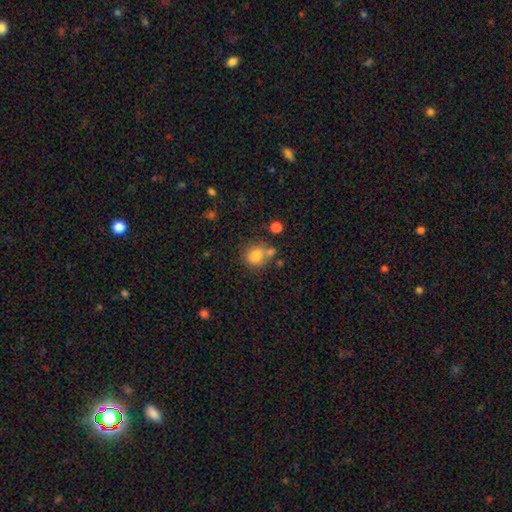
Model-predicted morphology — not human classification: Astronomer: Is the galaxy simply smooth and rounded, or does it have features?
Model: smooth — 79%.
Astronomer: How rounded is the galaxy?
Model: round — 70%.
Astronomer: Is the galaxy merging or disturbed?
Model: none — 50%.